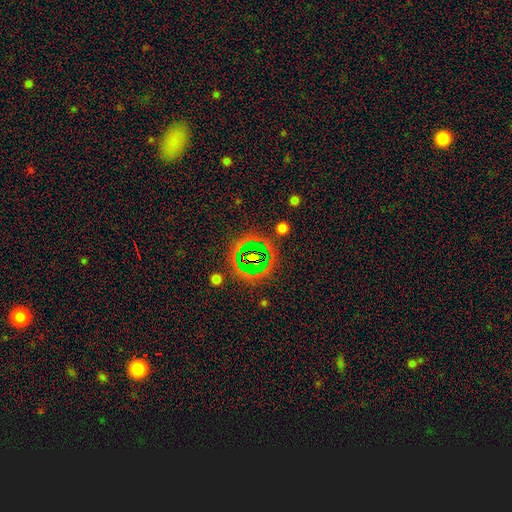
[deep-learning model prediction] A star or artifact, not a galaxy (64%).

Vote fractions:
- Smooth or featured? star or artifact: 64% / smooth: 21% / featured or disk: 14%